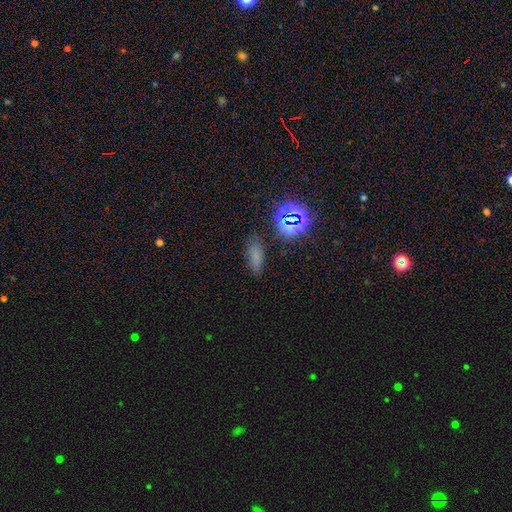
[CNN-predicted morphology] Smooth or featured? smooth (64%)
How rounded? in between (70%)
Merging? none (77%)